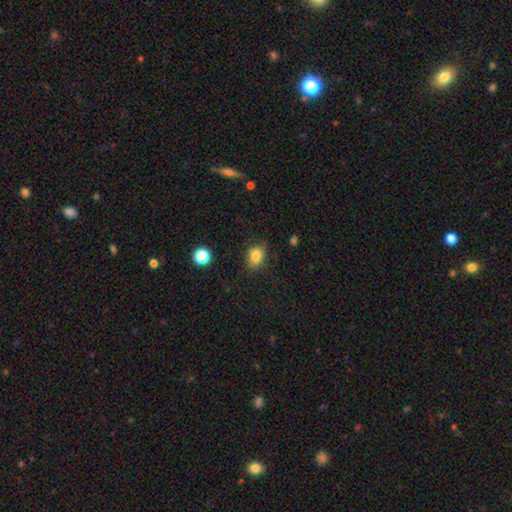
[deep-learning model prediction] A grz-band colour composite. It shows a smooth galaxy with no disk features (82%) that is in between round and cigar-shaped (52%). Merging: none (74%).